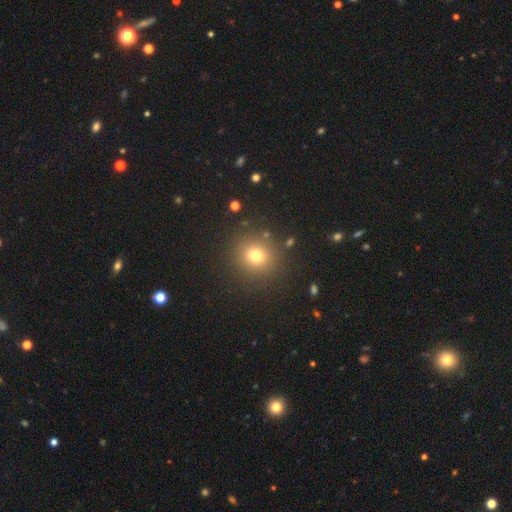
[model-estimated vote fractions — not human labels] Smooth or featured? Predicted: smooth (p=0.75). How rounded? Predicted: round (p=0.91). Merging? Predicted: none (p=0.88).